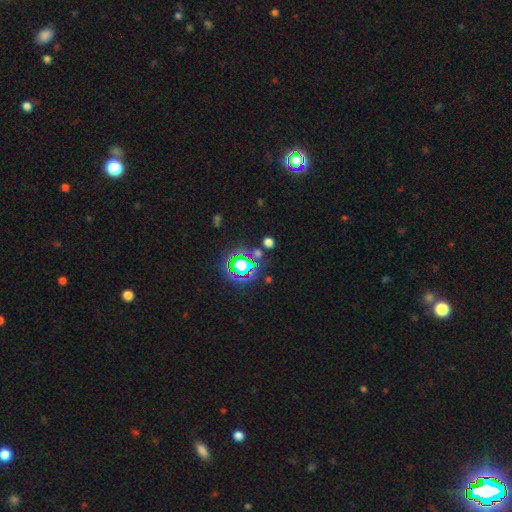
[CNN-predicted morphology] The model was most divided on "smooth or featured": star or artifact: 75%, smooth: 16%, featured or disk: 9%.